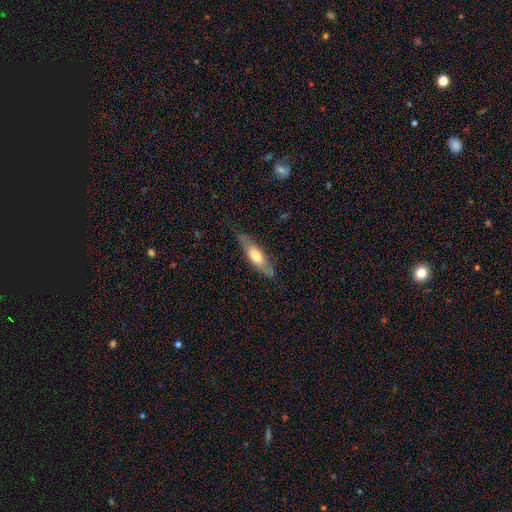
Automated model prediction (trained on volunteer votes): A smooth galaxy with no disk features (53%) that is cigar-shaped (56%).

Vote fractions:
- Smooth or featured? smooth: 53% / featured or disk: 41% / star or artifact: 6%
- How rounded? cigar-shaped: 56% / in between: 42% / round: 2%
- Merging? none: 78% / minor disturbance: 17% / major disturbance: 4% / merger: 2%